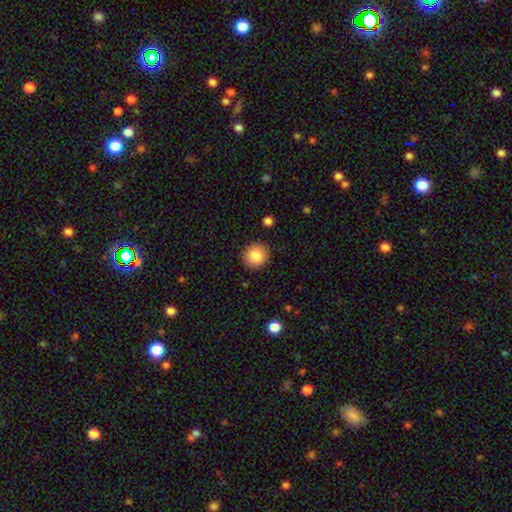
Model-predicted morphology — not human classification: Smooth or featured?
  - smooth: 85% *
  - star or artifact: 8%
  - featured or disk: 6%
How rounded?
  - round: 90% *
  - in between: 9%
  - cigar-shaped: 1%
Merging?
  - none: 90% *
  - minor disturbance: 7%
  - major disturbance: 2%
  - merger: 1%